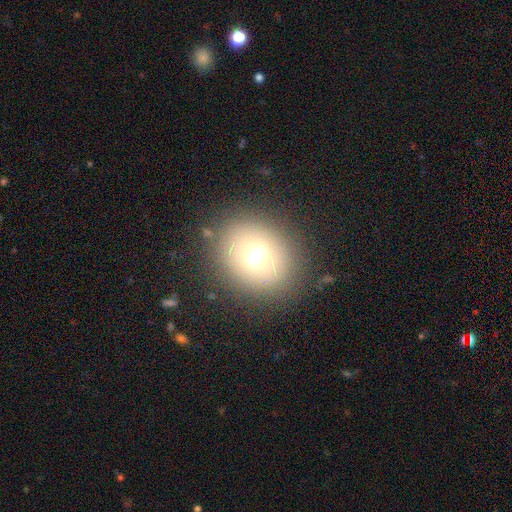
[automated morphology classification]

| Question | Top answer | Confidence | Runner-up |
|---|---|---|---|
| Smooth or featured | smooth | 60% | featured or disk (23%) |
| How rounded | round | 69% | in between (30%) |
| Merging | none | 82% | minor disturbance (10%) |